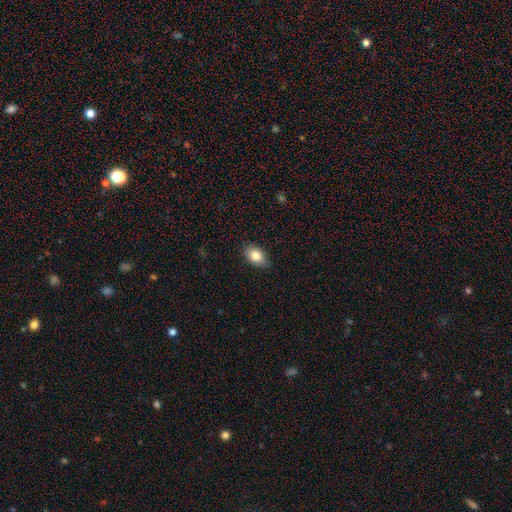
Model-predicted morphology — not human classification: A smooth galaxy with no disk features (83%) that is in between round and cigar-shaped (87%). Merging: none (86%).